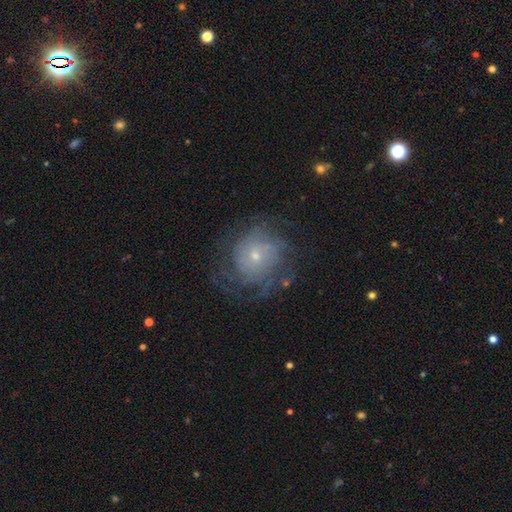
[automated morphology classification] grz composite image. It shows a featured or disk galaxy (71%) with no bar (77%), tight (57%) spiral arms (85%) and a small central bulge (71%). Merging: none (65%).